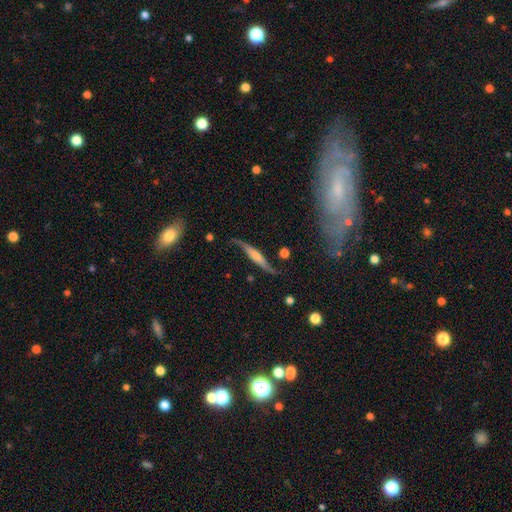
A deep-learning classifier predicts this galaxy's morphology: Q: Smooth or featured?
A: featured or disk (71%); runner-up: smooth (23%)
Q: Edge-on disk?
A: yes (72%); runner-up: no (28%)
Q: Edge-on bulge?
A: rounded (62%); runner-up: none (21%)
Q: Merging?
A: none (66%); runner-up: minor disturbance (23%)